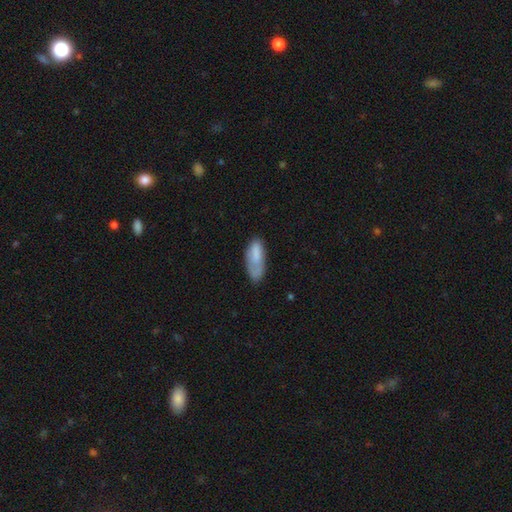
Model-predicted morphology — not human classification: Q: Smooth or featured?
A: smooth (75%); runner-up: featured or disk (18%)
Q: How rounded?
A: in between (73%); runner-up: cigar-shaped (25%)
Q: Merging?
A: none (51%); runner-up: minor disturbance (31%)